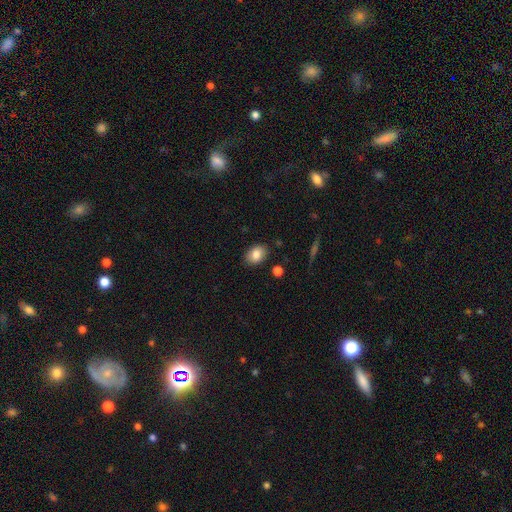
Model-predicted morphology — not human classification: Overall: smooth (83%). How rounded: in between (76%). Merging: none (86%).